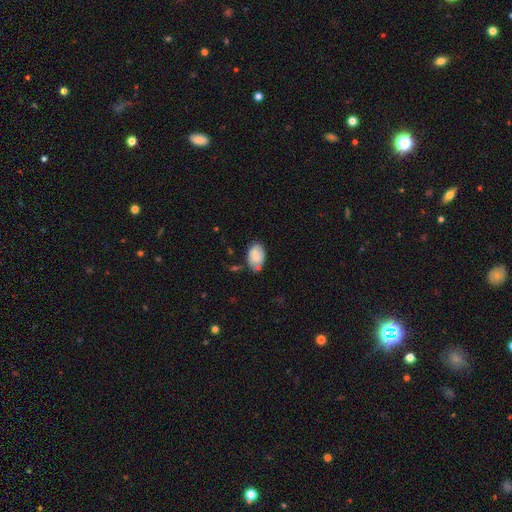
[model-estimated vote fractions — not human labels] A smooth galaxy with no disk features (79%) that is in between round and cigar-shaped (90%). Merging: none (63%).